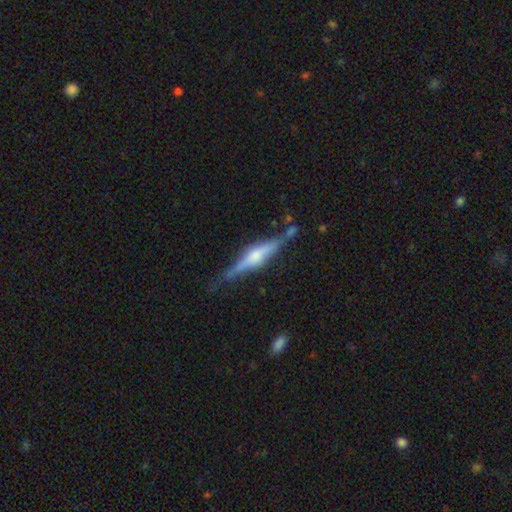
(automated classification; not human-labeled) This appears to be a featured or disk galaxy (71%) viewed edge-on (96%) with a rounded central bulge (76%). Merging: none (74%).